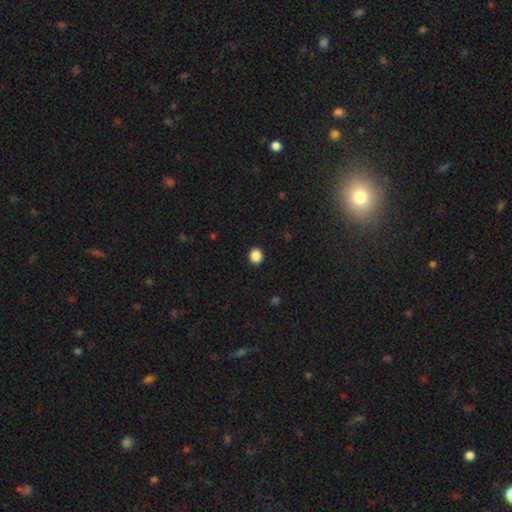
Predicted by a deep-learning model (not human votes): This appears to be a smooth galaxy with no disk features (87%) that is round (85%). Merging: none (93%).